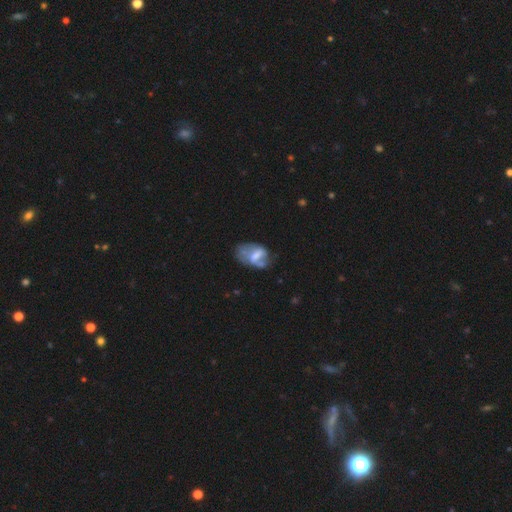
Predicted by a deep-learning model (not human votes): The model was most divided on "merging": none: 34%, minor disturbance: 29%, major disturbance: 27%, merger: 9%. Remaining: smooth or featured — featured or disk (49%).